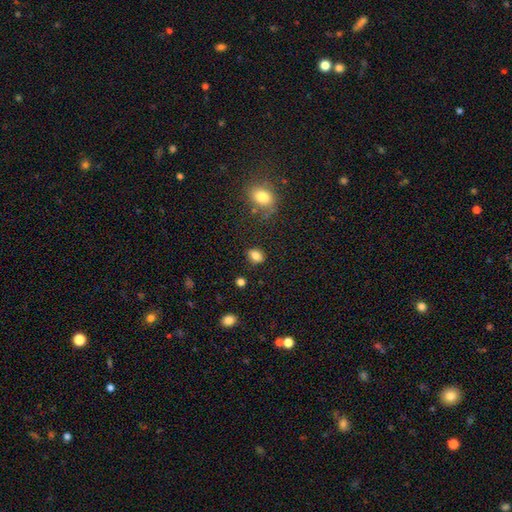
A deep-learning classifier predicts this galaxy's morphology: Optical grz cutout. It shows a smooth galaxy with no disk features (83%) that is in between round and cigar-shaped (61%). Merging: none (82%).